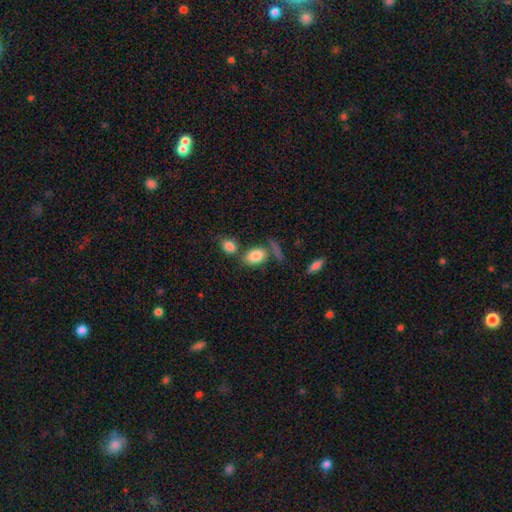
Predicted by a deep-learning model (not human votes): This appears to be a smooth galaxy with no disk features (83%) that is in between round and cigar-shaped (87%). Merging: none (54%).